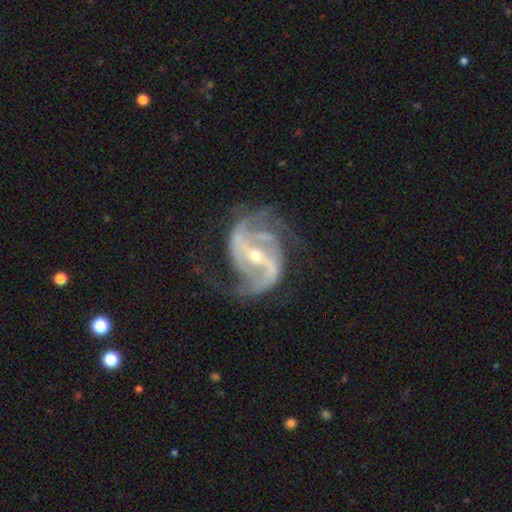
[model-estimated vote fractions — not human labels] Q: Smooth or featured?
A: featured or disk (92%); runner-up: star or artifact (5%)
Q: Edge-on disk?
A: no (97%); runner-up: yes (3%)
Q: Bar?
A: strong (58%); runner-up: weak (30%)
Q: Spiral arms?
A: yes (97%); runner-up: no (3%)
Q: Spiral winding?
A: medium (50%); runner-up: loose (35%)
Q: Spiral arm count?
A: 2 (72%); runner-up: 3 (13%)
Q: Bulge size?
A: small (62%); runner-up: moderate (35%)
Q: Merging?
A: none (61%); runner-up: minor disturbance (19%)